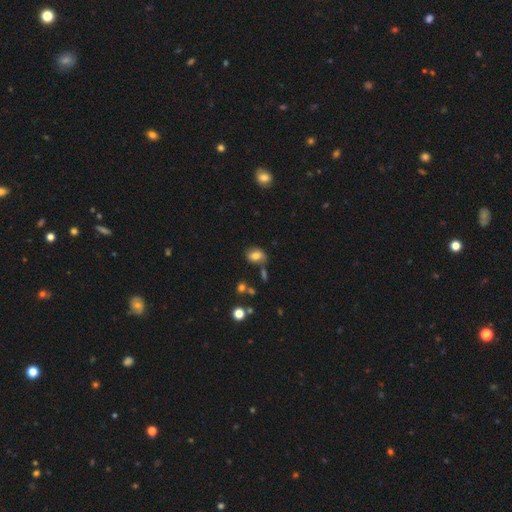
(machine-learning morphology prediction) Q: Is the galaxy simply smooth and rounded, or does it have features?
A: smooth — 79%.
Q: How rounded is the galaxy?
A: in between — 68%.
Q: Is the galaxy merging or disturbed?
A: none — 71%.